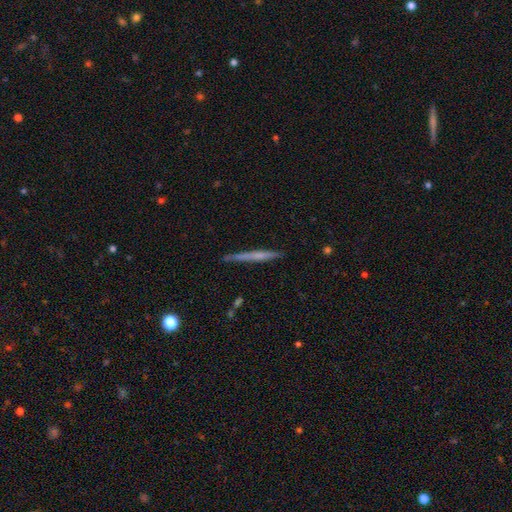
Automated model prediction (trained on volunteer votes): A featured or disk galaxy (51%) viewed edge-on (97%).

Vote fractions:
- Smooth or featured? featured or disk: 51% / smooth: 42% / star or artifact: 7%
- Edge-on disk? yes: 97% / no: 3%
- Merging? none: 87% / minor disturbance: 10% / major disturbance: 2% / merger: 2%